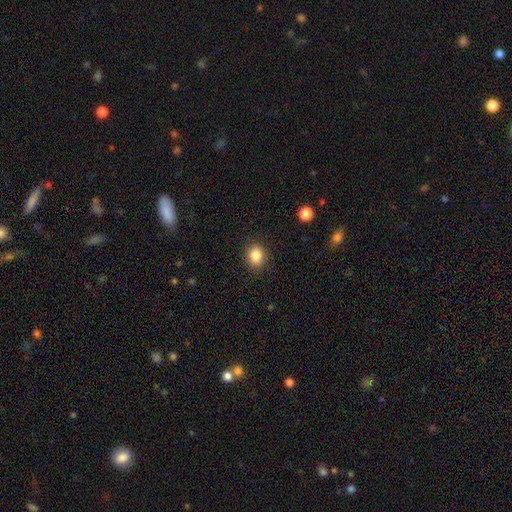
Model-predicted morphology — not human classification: The model was most divided on "how rounded": round: 57%, in between: 42%, cigar-shaped: 1%. More confident: merging — none (87%); smooth or featured — smooth (86%).